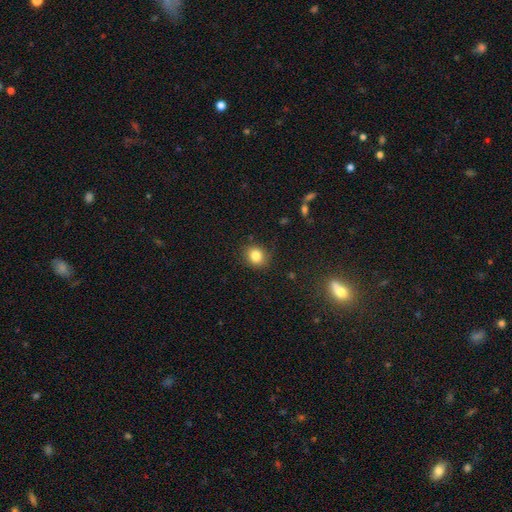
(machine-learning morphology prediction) Smooth or featured? smooth (83%)
How rounded? round (66%)
Merging? none (85%)